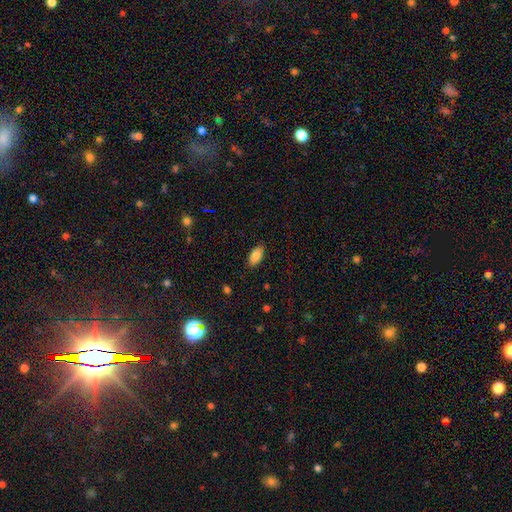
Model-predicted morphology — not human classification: smooth-or-featured: smooth: 85% | star or artifact: 7% | featured or disk: 7%
  how-rounded: in between: 91% | cigar-shaped: 7% | round: 3%
  merging: none: 87% | minor disturbance: 9% | major disturbance: 2% | merger: 1%